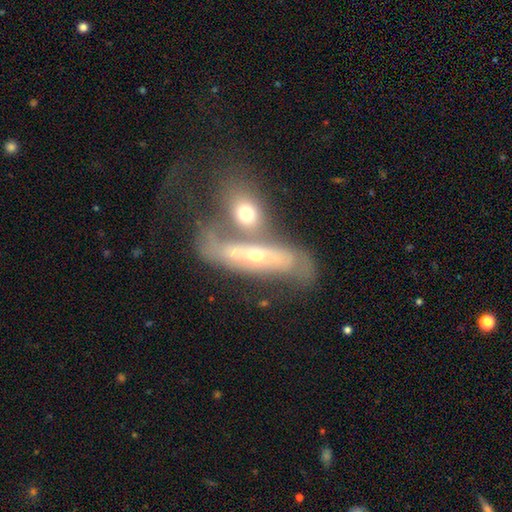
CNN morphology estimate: A featured or disk galaxy (67%). Merging: merger (60%).